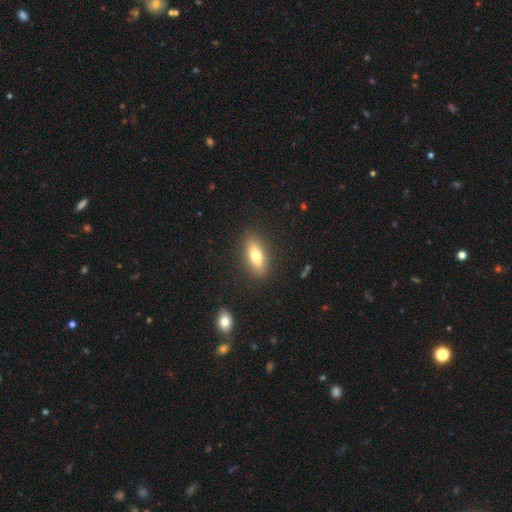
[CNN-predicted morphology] This is likely a smooth galaxy (73%). How rounded: likely in between (74%). Merging: clearly none (87%).